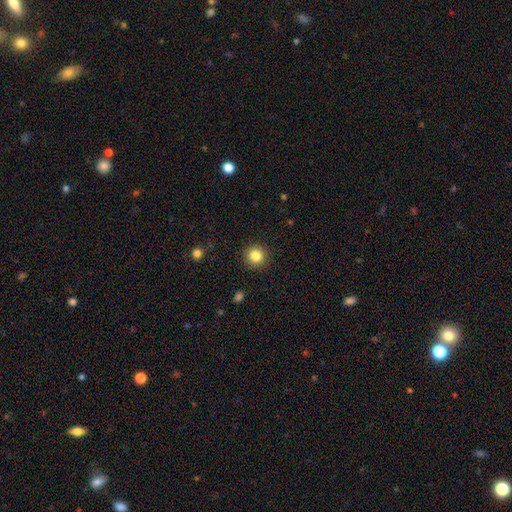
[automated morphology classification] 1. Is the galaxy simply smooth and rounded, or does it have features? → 84% smooth, 10% star or artifact, 5% featured or disk.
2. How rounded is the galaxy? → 94% round, 5% in between, 1% cigar-shaped.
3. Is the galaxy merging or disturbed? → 91% none, 6% minor disturbance, 2% major disturbance, 1% merger.